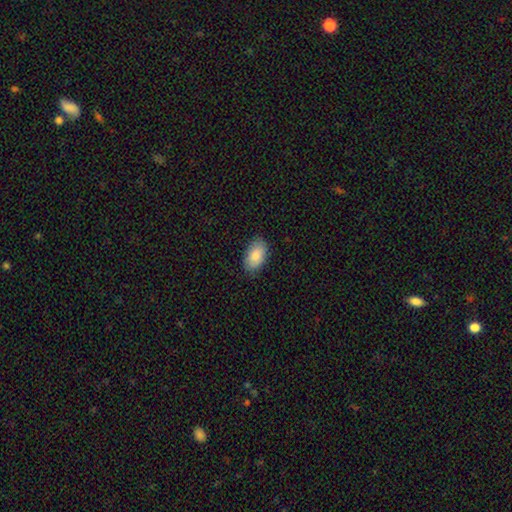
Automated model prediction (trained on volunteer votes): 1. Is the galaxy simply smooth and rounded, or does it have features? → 86% smooth, 8% featured or disk, 6% star or artifact.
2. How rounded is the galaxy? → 94% in between, 4% round, 2% cigar-shaped.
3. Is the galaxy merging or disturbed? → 85% none, 12% minor disturbance, 2% major disturbance, 1% merger.